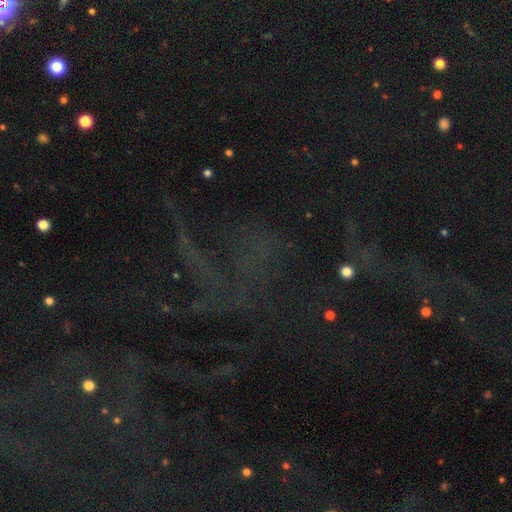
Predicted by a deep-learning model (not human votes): Overall: star or artifact (72%).